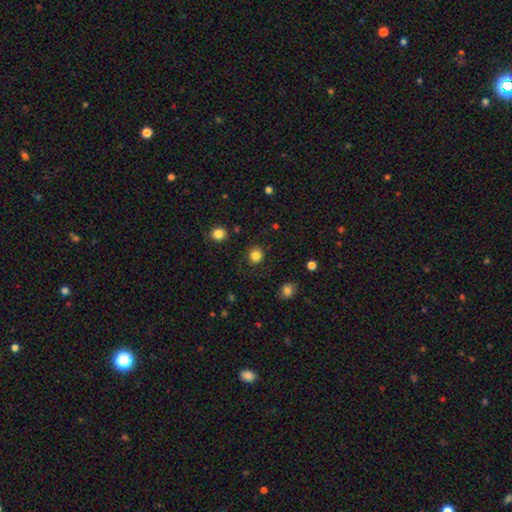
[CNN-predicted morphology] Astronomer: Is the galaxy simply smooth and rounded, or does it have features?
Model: smooth — 84%.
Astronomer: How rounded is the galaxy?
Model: round — 86%.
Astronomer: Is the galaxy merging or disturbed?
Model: none — 87%.